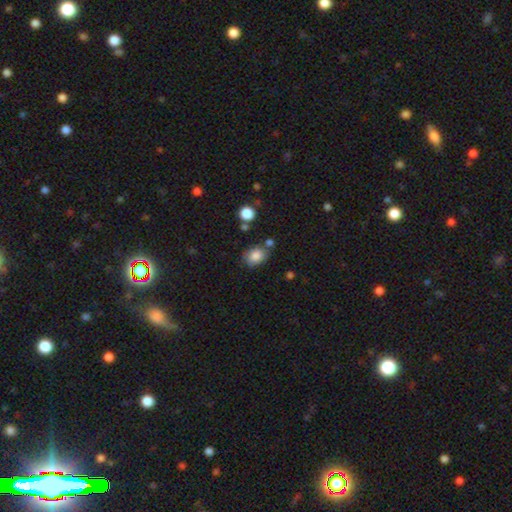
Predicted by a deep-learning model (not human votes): smooth_or_featured: smooth (p=0.85) [alt: star or artifact p=0.09]
how_rounded: in between (p=0.55) [alt: round p=0.44]
merging: none (p=0.68) [alt: minor disturbance p=0.18]